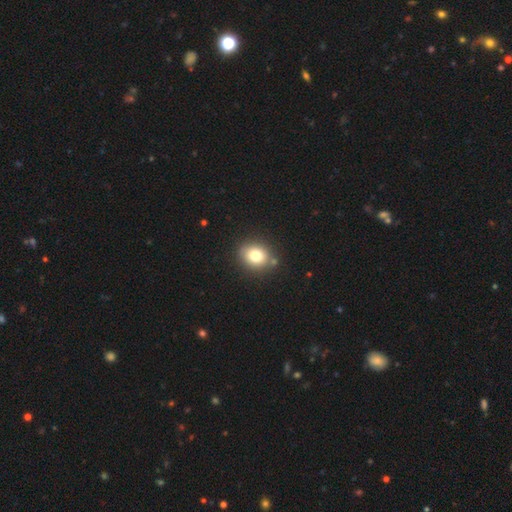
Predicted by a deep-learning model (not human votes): A smooth galaxy with no disk features (78%) that is round (67%).

Vote fractions:
- Smooth or featured? smooth: 78% / star or artifact: 12% / featured or disk: 11%
- How rounded? round: 67% / in between: 32% / cigar-shaped: 1%
- Merging? none: 82% / minor disturbance: 10% / merger: 5% / major disturbance: 3%